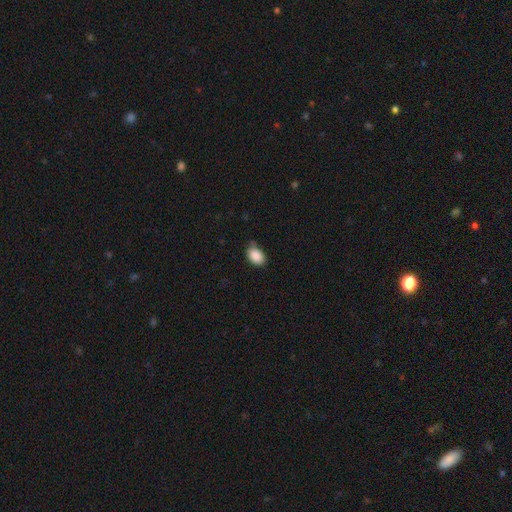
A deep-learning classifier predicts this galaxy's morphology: This appears to be a smooth galaxy with no disk features (89%) that is in between round and cigar-shaped (81%). Merging: none (70%).